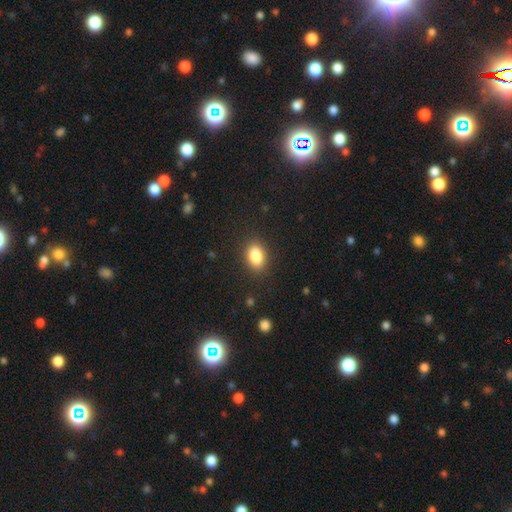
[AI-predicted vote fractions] smooth_or_featured: smooth (p=0.86) [alt: star or artifact p=0.09]
how_rounded: in between (p=0.84) [alt: round p=0.14]
merging: none (p=0.87) [alt: minor disturbance p=0.09]